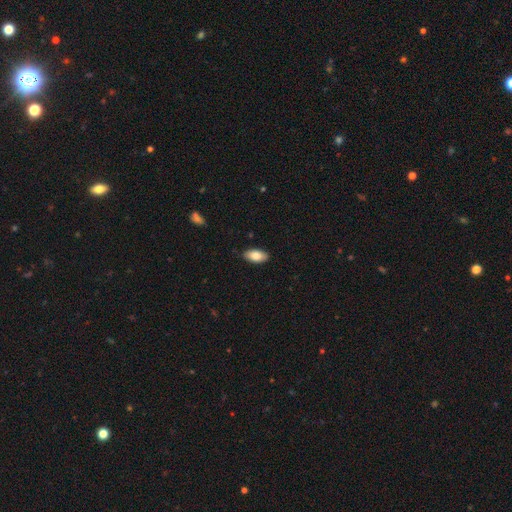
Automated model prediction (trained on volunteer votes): Smooth or featured?
  - smooth: 84% *
  - featured or disk: 10%
  - star or artifact: 6%
How rounded?
  - in between: 94% *
  - cigar-shaped: 4%
  - round: 3%
Merging?
  - none: 88% *
  - minor disturbance: 9%
  - major disturbance: 2%
  - merger: 1%